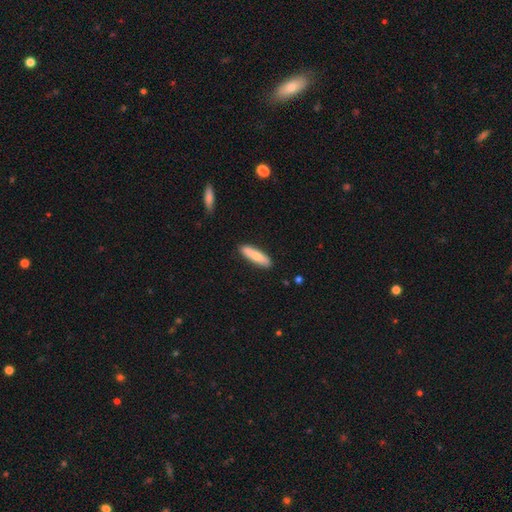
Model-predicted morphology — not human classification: Overall: smooth (72%). How rounded: cigar-shaped (70%). Merging: none (87%).